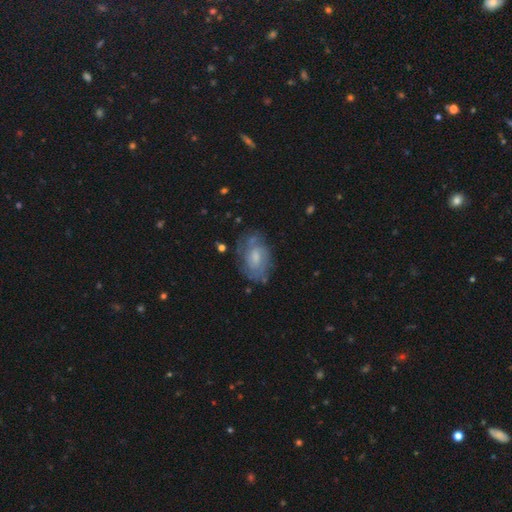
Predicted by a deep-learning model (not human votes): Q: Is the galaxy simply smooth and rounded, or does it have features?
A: featured or disk — 59%.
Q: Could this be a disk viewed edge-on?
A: no — 95%.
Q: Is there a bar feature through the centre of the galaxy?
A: no — 56%.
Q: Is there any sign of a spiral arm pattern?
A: yes — 78%.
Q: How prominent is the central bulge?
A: moderate — 44%.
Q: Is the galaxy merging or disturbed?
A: none — 71%.